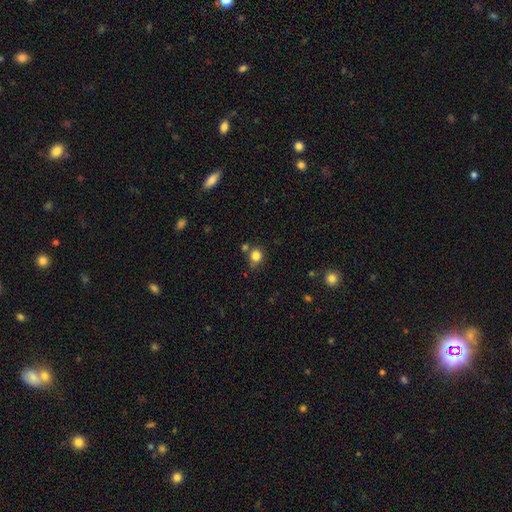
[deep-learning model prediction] The model was most divided on "merging": none: 64%, minor disturbance: 18%, merger: 13%, major disturbance: 5%. More confident: smooth or featured — smooth (82%); how rounded — round (75%).